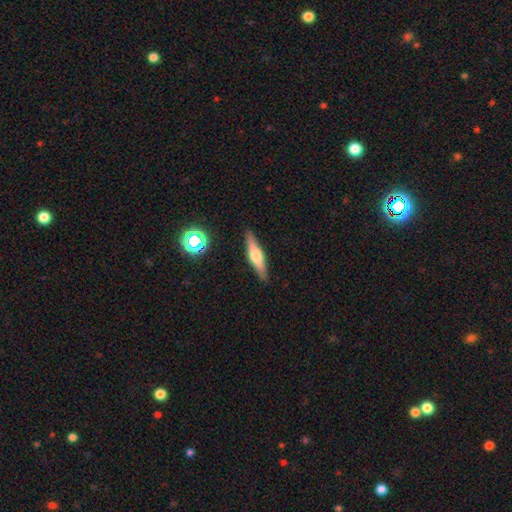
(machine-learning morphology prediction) type=featured or disk (54%); edge-on=yes (95%); edge-on bulge=rounded (88%); merging=none (89%).